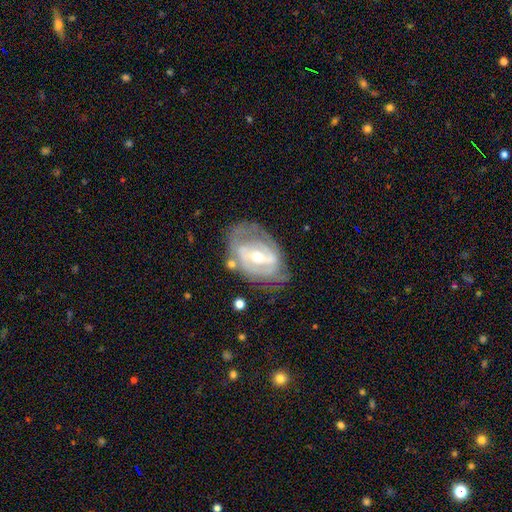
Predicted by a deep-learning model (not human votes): smooth-or-featured: featured or disk: 78% | smooth: 14% | star or artifact: 7%
  disk-edge-on: no: 94% | yes: 6%
    bar: weak: 40% | strong: 37% | no: 23%
    has-spiral-arms: yes: 69% | no: 31%
      spiral-winding: tight: 54% | medium: 33% | loose: 13%
      spiral-arm-count: 2: 47% | can't tell: 37% | 3: 7% | 1: 6% | 4: 2% | more than 4: 2%
    bulge-size: moderate: 58% | small: 37% | large: 3% | none: 1% | dominant: 1%
  merging: none: 60% | minor disturbance: 23% | major disturbance: 14% | merger: 4%